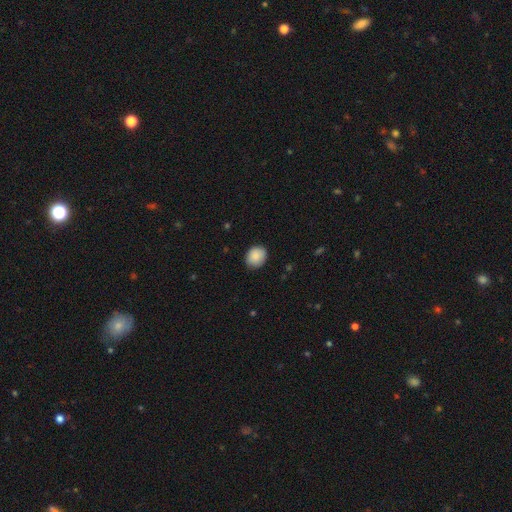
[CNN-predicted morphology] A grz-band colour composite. It shows a smooth galaxy with no disk features (88%) that is round (60%). Merging: none (83%).